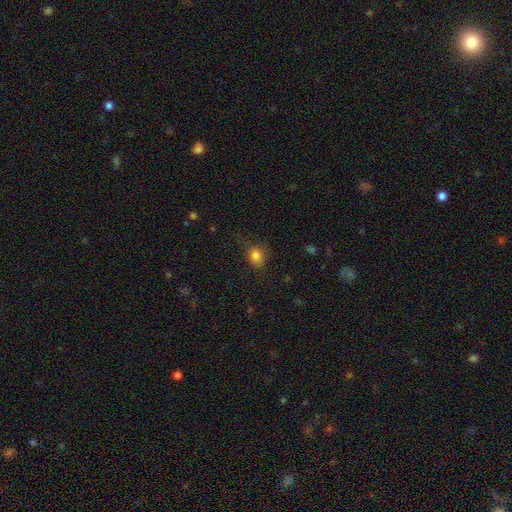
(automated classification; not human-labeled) A smooth galaxy with no disk features (82%) that is round (59%). Merging: none (73%).